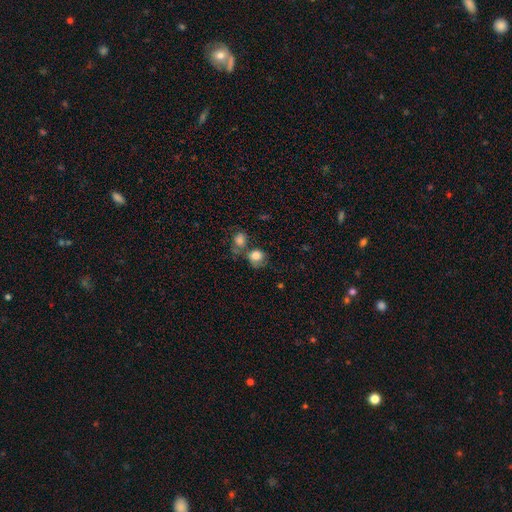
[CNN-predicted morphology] This is clearly a smooth galaxy (81%). How rounded: likely round (70%). Merging: marginally none (41%).